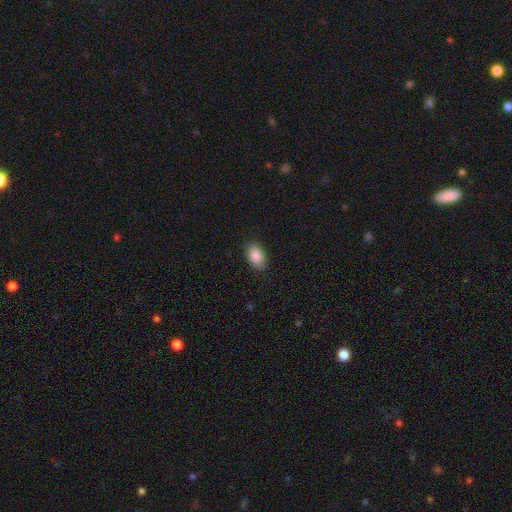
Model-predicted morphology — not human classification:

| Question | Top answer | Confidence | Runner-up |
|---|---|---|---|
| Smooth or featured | smooth | 88% | star or artifact (7%) |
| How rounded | in between | 91% | round (8%) |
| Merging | none | 88% | minor disturbance (9%) |